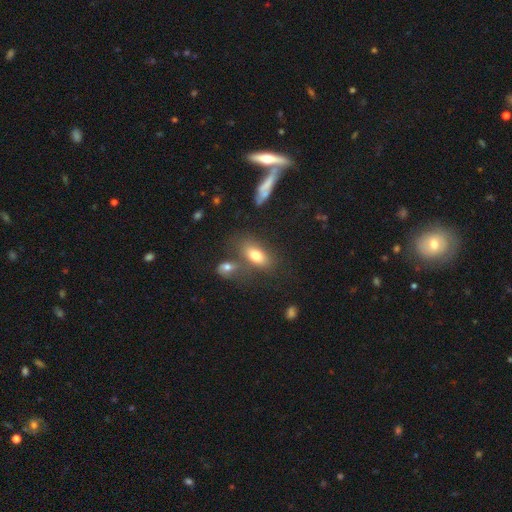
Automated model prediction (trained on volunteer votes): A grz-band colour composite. It shows a smooth galaxy with no disk features (74%) that is in between round and cigar-shaped (86%). Merging: none (56%).